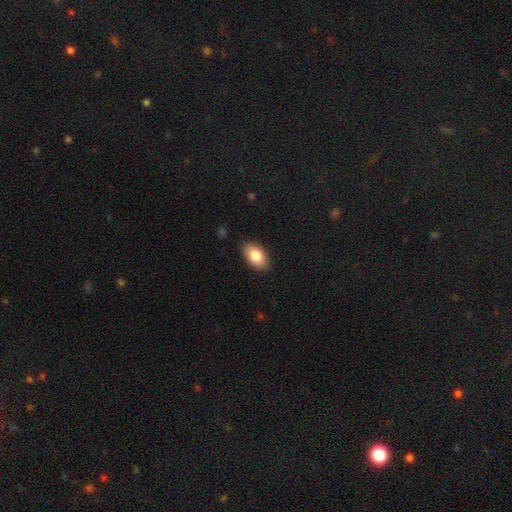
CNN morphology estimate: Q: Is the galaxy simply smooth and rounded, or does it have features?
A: smooth — 85%.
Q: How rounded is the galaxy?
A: in between — 93%.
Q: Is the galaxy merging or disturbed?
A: none — 88%.